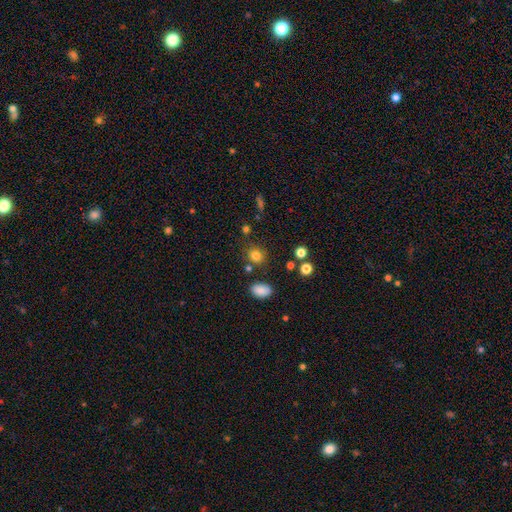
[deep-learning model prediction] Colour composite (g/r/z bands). It shows a smooth galaxy with no disk features (80%) that is round (75%). Merging: none (79%).